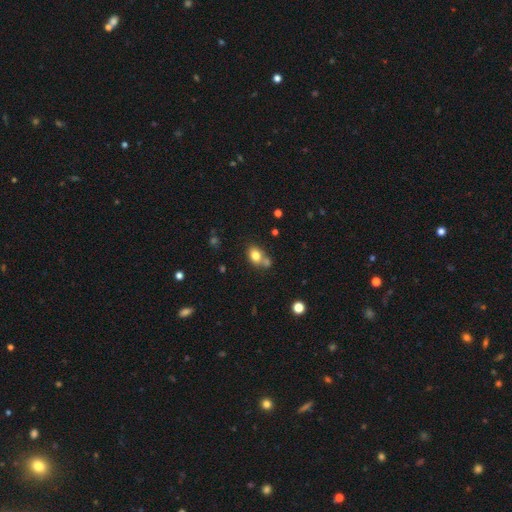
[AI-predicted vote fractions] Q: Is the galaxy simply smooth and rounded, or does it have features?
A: smooth — 78%.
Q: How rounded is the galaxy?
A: in between — 61%.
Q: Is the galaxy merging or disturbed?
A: none — 50%.